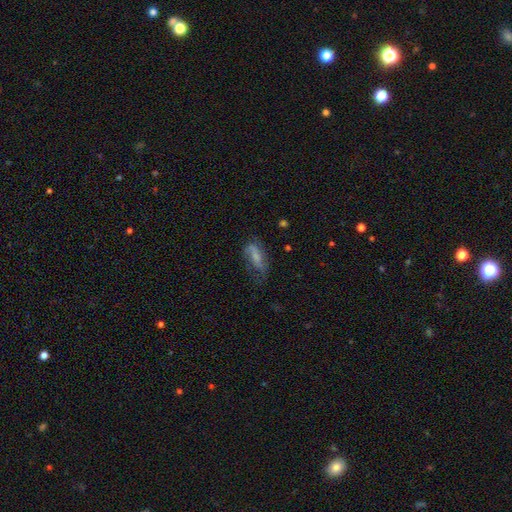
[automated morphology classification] Overall: smooth (49%; featured or disk 41%). Merging: none (40%; minor disturbance 29%).